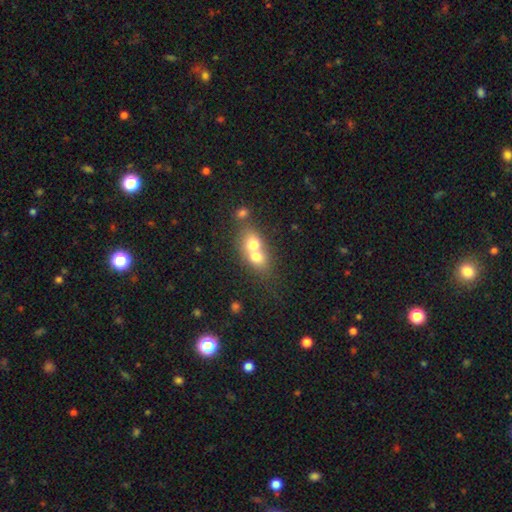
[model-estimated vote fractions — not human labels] This appears to be a smooth galaxy with no disk features (66%) that is in between round and cigar-shaped (50%). Merging: merger (73%).